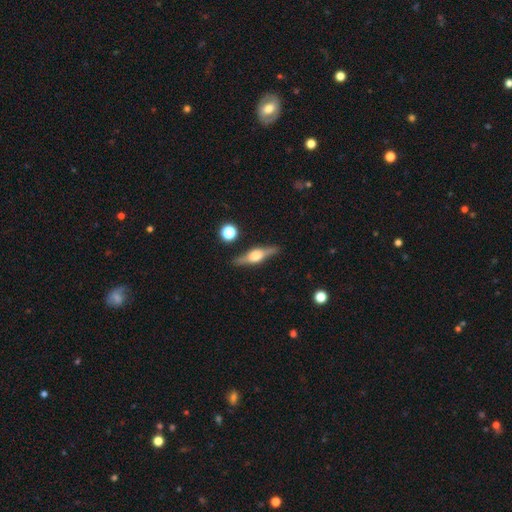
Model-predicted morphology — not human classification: smooth_or_featured: featured or disk (p=0.73) [alt: smooth p=0.21]
disk_edge_on: yes (p=0.96) [alt: no p=0.04]
edge_on_bulge: rounded (p=0.90) [alt: boxy p=0.08]
merging: none (p=0.87) [alt: minor disturbance p=0.09]